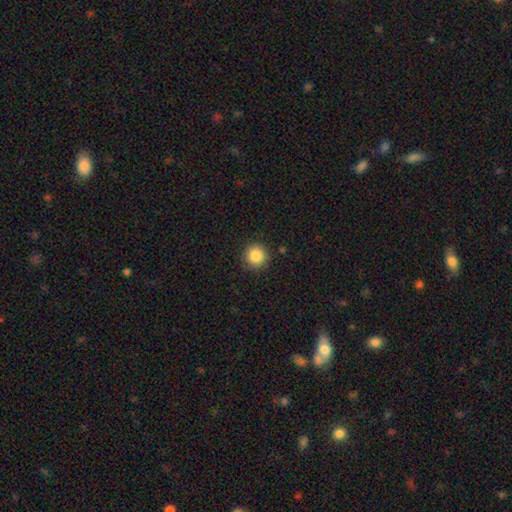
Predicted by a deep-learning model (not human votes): Smooth or featured: smooth — 86% (star or artifact — 10%)
How rounded: round — 95% (in between — 4%)
Merging: none — 90% (minor disturbance — 6%)